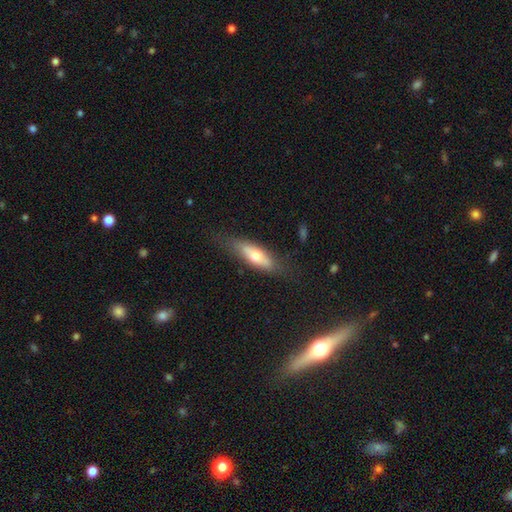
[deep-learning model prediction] Smooth or featured? smooth (58%)
How rounded? in between (52%)
Merging? none (74%)